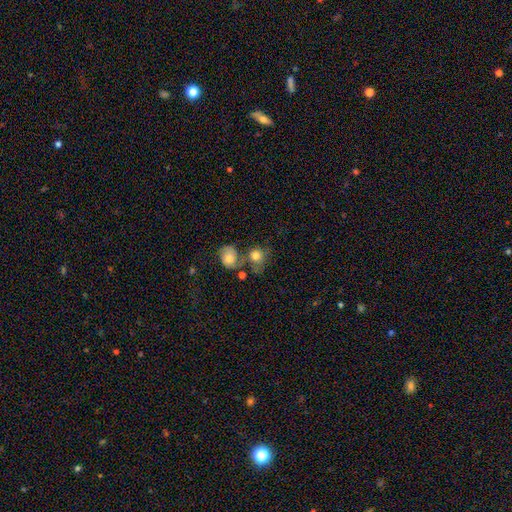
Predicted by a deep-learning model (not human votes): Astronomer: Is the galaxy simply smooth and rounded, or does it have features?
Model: smooth — 75%.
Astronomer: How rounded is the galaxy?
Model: round — 70%.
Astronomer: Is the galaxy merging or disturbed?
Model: merger — 42% (runner-up: none, 36%).